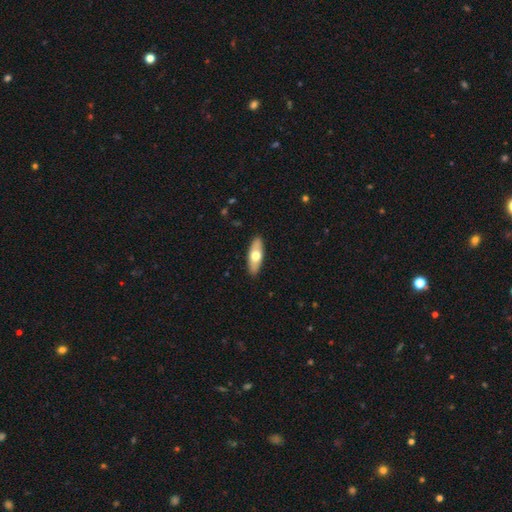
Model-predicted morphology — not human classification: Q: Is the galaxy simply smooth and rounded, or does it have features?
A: smooth — 59%.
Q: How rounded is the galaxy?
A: in between — 65%.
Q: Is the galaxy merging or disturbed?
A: none — 90%.